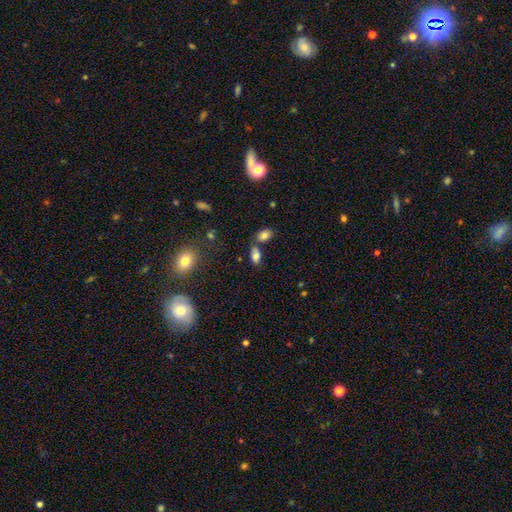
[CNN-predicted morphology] Smooth or featured? Predicted: smooth (p=0.83). How rounded? Predicted: in between (p=0.90). Merging? Predicted: none (p=0.58).